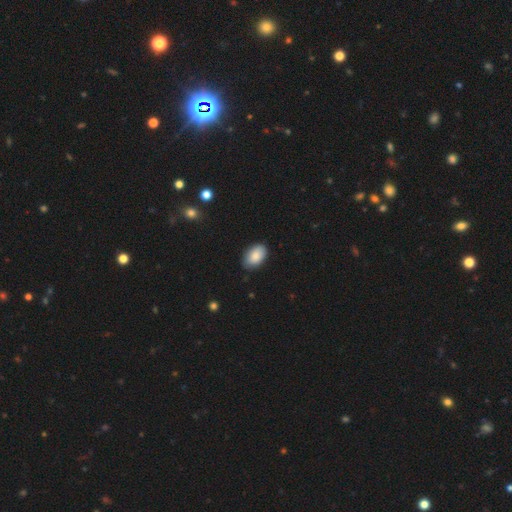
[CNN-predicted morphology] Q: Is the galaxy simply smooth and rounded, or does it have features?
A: smooth — 86%.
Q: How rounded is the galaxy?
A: in between — 93%.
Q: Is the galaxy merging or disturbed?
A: none — 85%.